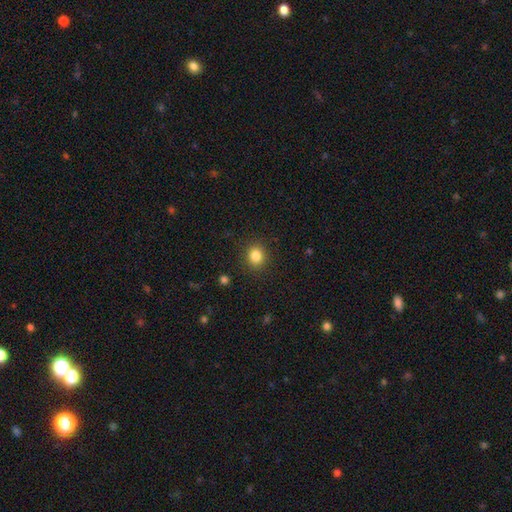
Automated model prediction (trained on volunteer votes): This is clearly a smooth galaxy (84%). How rounded: likely round (77%). Merging: clearly none (89%).